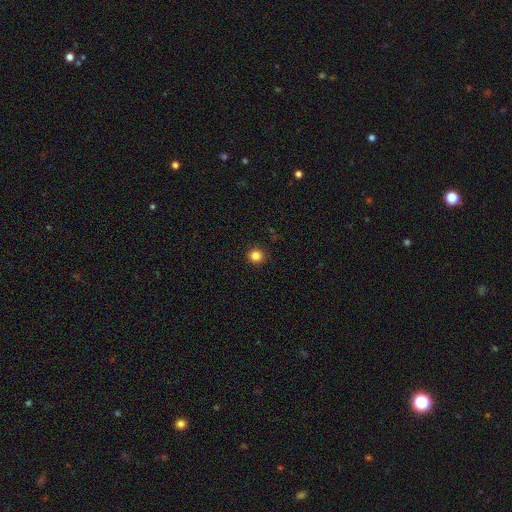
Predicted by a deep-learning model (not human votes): smooth_or_featured: smooth (p=0.84) [alt: star or artifact p=0.12]
how_rounded: round (p=0.95) [alt: in between p=0.04]
merging: none (p=0.92) [alt: minor disturbance p=0.05]